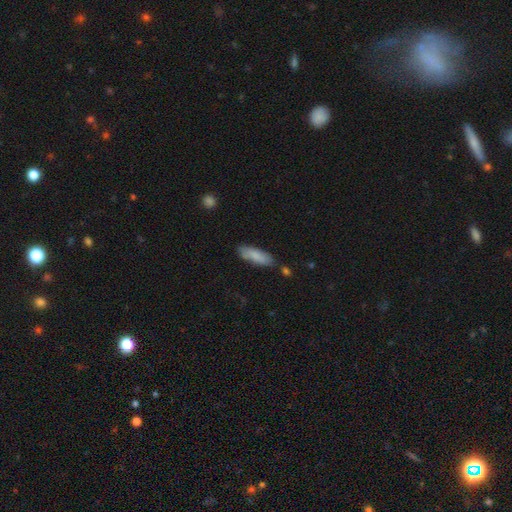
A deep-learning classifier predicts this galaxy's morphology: smooth_or_featured: smooth (p=0.83) [alt: featured or disk p=0.11]
how_rounded: in between (p=0.55) [alt: cigar-shaped p=0.43]
merging: none (p=0.75) [alt: minor disturbance p=0.17]